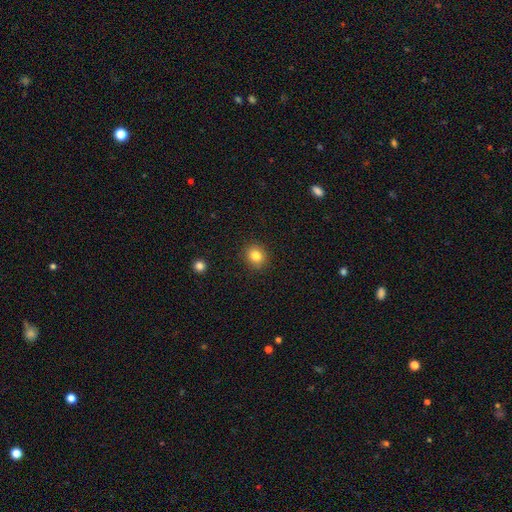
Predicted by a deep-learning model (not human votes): This is clearly a smooth galaxy (83%). How rounded: likely round (79%). Merging: clearly none (90%).